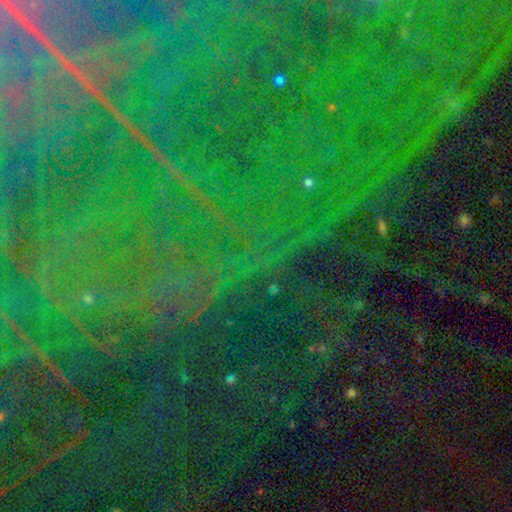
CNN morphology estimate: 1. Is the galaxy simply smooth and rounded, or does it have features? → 87% star or artifact, 7% featured or disk, 6% smooth.